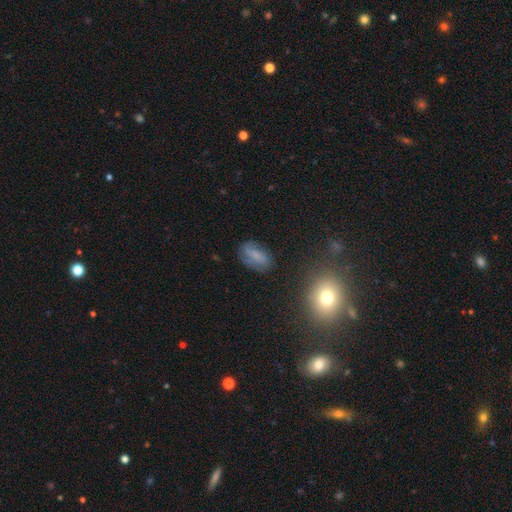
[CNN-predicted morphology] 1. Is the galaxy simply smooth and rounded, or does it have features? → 61% smooth, 27% featured or disk, 12% star or artifact.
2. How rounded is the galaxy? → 87% in between, 7% cigar-shaped, 7% round.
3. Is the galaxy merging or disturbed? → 66% none, 23% minor disturbance, 9% major disturbance, 3% merger.